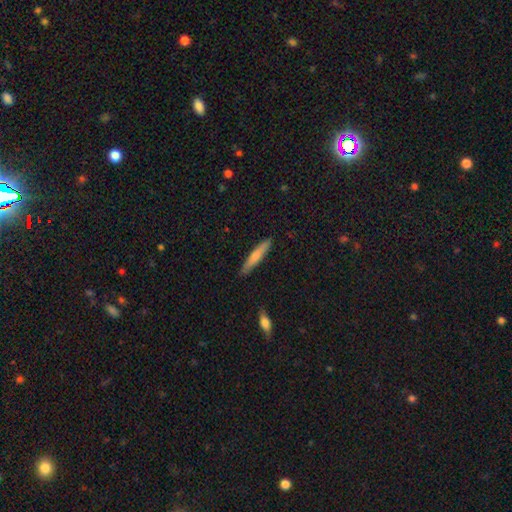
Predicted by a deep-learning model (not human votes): Smooth or featured? Predicted: smooth (p=0.66). How rounded? Predicted: cigar-shaped (p=0.90). Merging? Predicted: none (p=0.88).